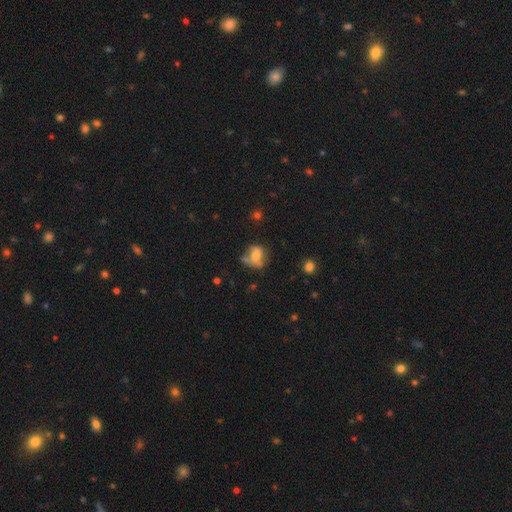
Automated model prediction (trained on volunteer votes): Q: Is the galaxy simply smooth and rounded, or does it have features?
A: smooth — 57%.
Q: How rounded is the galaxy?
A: round — 53%.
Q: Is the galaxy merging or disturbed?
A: none — 40%.